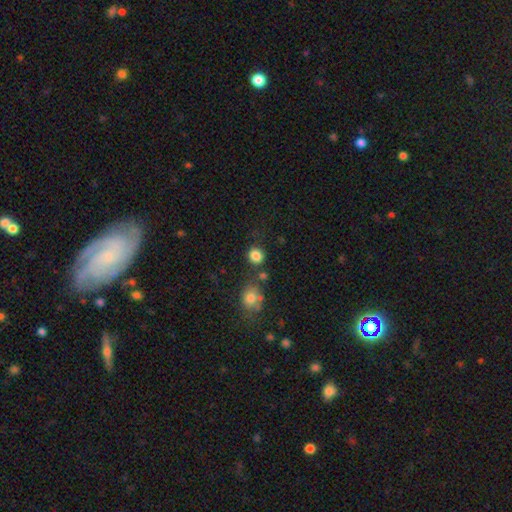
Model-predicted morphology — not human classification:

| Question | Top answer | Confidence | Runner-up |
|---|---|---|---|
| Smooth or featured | smooth | 84% | star or artifact (11%) |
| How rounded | round | 80% | in between (19%) |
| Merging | none | 75% | minor disturbance (11%) |